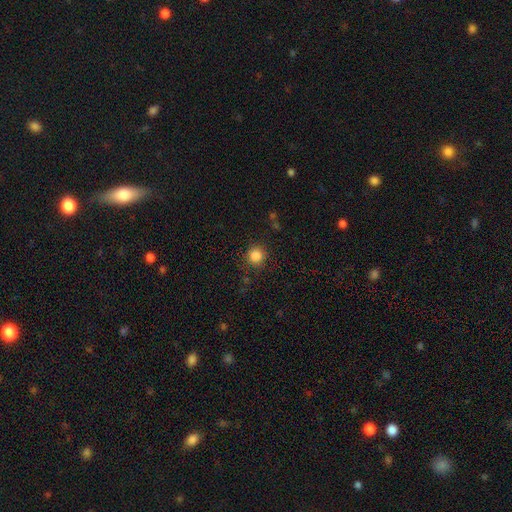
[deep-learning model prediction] Overall: smooth (85%). How rounded: round (93%). Merging: none (86%).